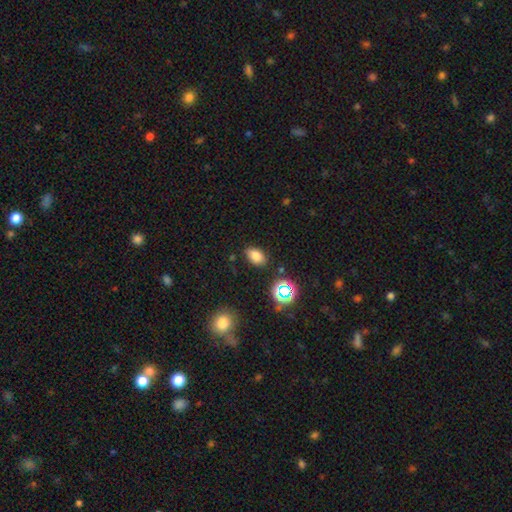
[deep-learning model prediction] smooth_or_featured: smooth (p=0.77) [alt: star or artifact p=0.16]
how_rounded: in between (p=0.86) [alt: round p=0.13]
merging: none (p=0.83) [alt: minor disturbance p=0.11]